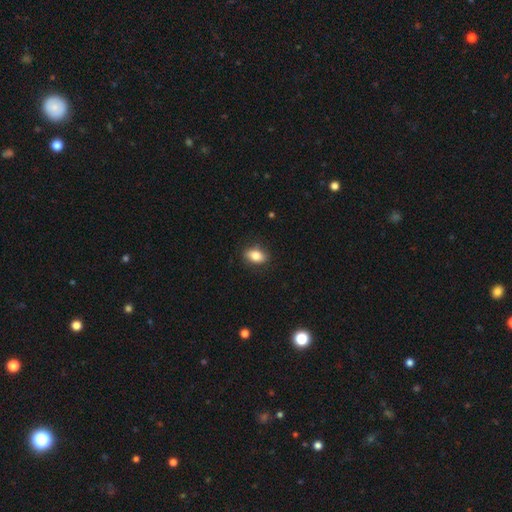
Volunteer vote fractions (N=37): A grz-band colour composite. It shows a smooth galaxy with no disk features (76%) that is in between round and cigar-shaped (79%). Merging: none (85%).